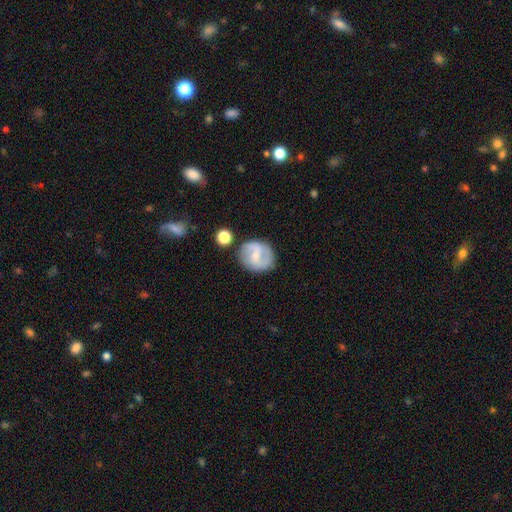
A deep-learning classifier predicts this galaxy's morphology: featured or disk 58%, smooth 35%, star or artifact 7%. Down the decision tree: edge-on disk — no (97%); bar — weak (49%); spiral arms — yes (76%); bulge size — small (59%); merging — none (76%).